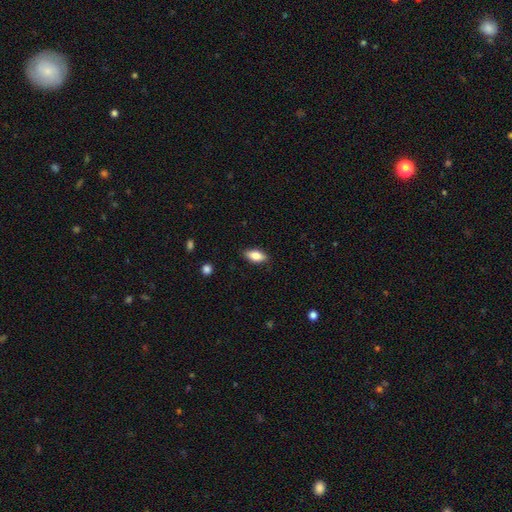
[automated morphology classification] Smooth or featured?
  - smooth: 79% *
  - featured or disk: 14%
  - star or artifact: 7%
How rounded?
  - in between: 86% *
  - cigar-shaped: 11%
  - round: 3%
Merging?
  - none: 86% *
  - minor disturbance: 11%
  - major disturbance: 2%
  - merger: 1%